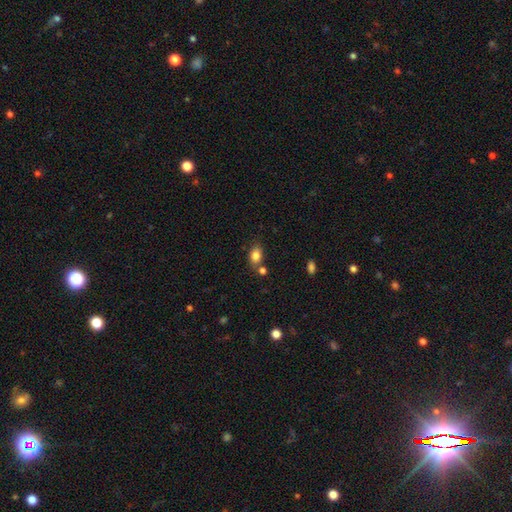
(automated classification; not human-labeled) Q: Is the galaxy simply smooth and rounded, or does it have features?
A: smooth — 83%.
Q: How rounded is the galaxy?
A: in between — 76%.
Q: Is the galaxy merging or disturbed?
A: none — 66%.